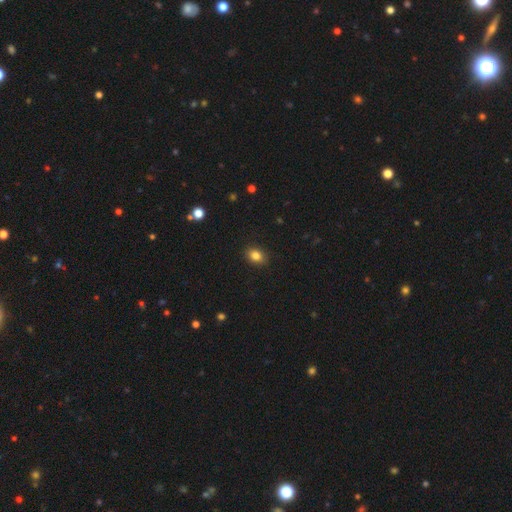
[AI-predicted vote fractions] This appears to be a smooth galaxy with no disk features (84%) that is in between round and cigar-shaped (67%). Merging: none (88%).